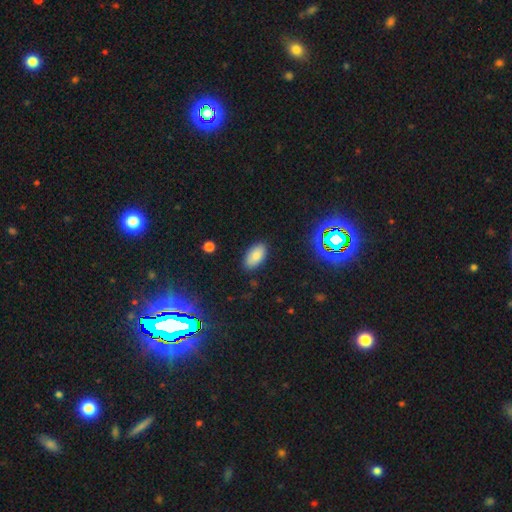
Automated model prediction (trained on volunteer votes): smooth-or-featured: smooth: 83% | star or artifact: 10% | featured or disk: 7%
  how-rounded: in between: 94% | round: 3% | cigar-shaped: 3%
  merging: none: 86% | minor disturbance: 10% | major disturbance: 2% | merger: 1%